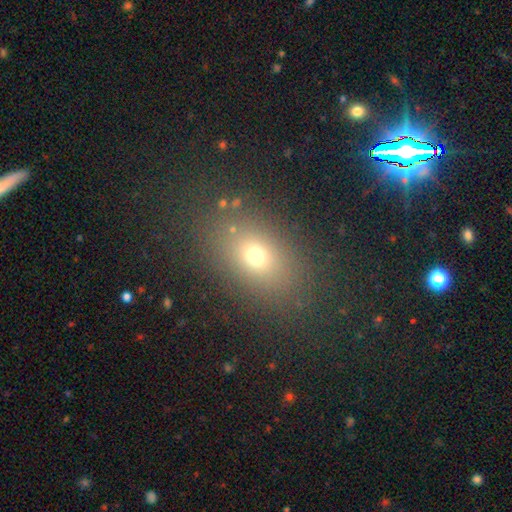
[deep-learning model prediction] smooth_or_featured: smooth (p=0.69) [alt: star or artifact p=0.18]
how_rounded: in between (p=0.71) [alt: round p=0.26]
merging: none (p=0.83) [alt: minor disturbance p=0.09]